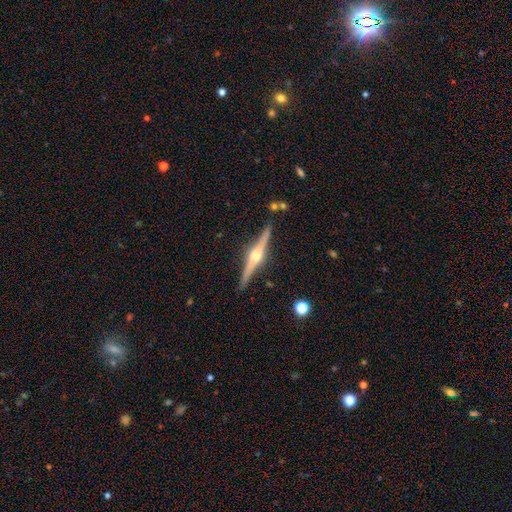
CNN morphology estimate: smooth-or-featured: featured or disk: 86% | smooth: 9% | star or artifact: 5%
  disk-edge-on: yes: 98% | no: 2%
    edge-on-bulge: rounded: 94% | boxy: 4% | none: 2%
  merging: none: 90% | minor disturbance: 7% | merger: 2% | major disturbance: 1%